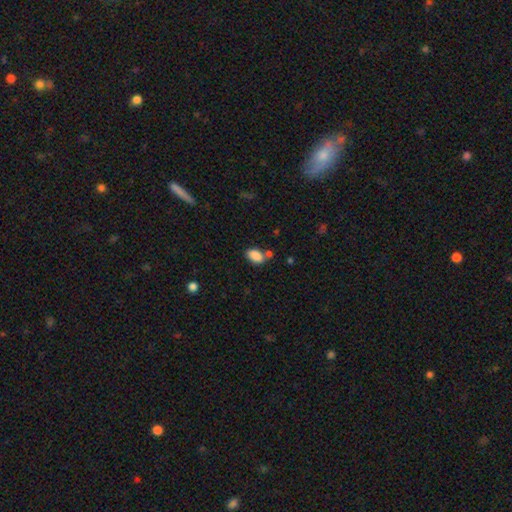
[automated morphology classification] A smooth galaxy with no disk features (86%) that is in between round and cigar-shaped (90%).

Vote fractions:
- Smooth or featured? smooth: 86% / star or artifact: 8% / featured or disk: 5%
- How rounded? in between: 90% / round: 8% / cigar-shaped: 2%
- Merging? none: 63% / merger: 18% / minor disturbance: 16% / major disturbance: 4%